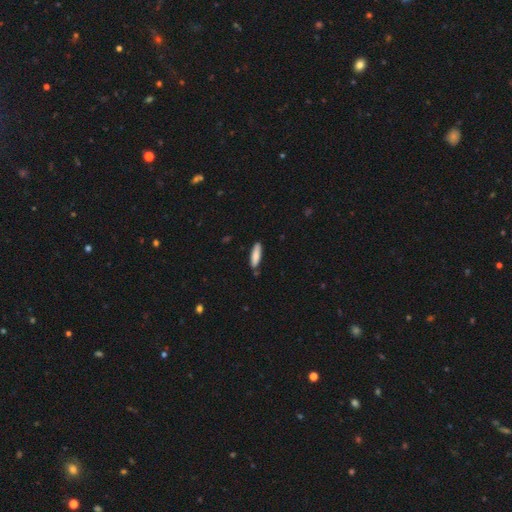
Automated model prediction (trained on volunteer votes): Morphology: type=smooth (84%); roundness=cigar-shaped (67%); merging=none (83%).